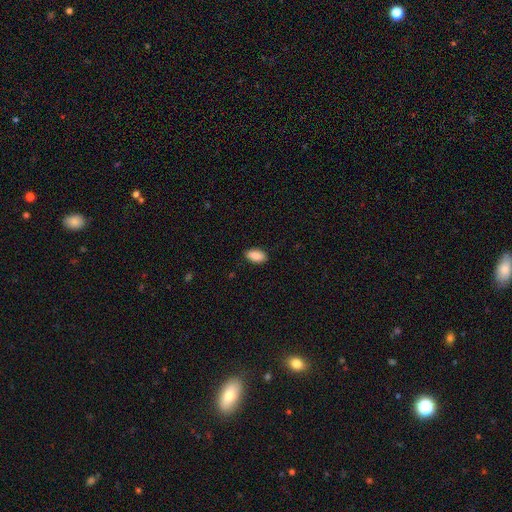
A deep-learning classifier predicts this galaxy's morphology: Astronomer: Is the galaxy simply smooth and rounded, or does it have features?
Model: smooth — 90%.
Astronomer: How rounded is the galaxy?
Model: in between — 94%.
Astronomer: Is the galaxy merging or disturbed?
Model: none — 88%.